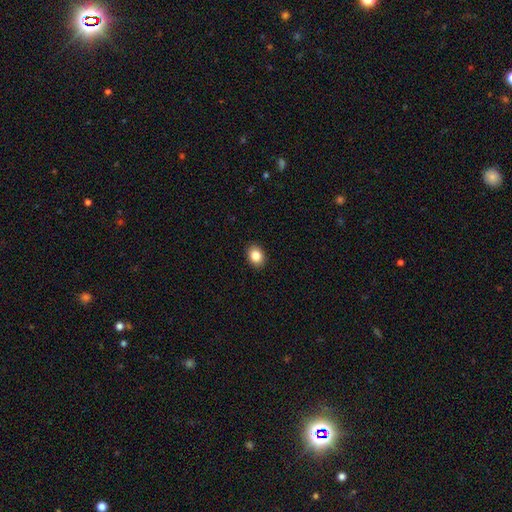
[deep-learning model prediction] Q: Smooth or featured?
A: smooth (86%); runner-up: star or artifact (9%)
Q: How rounded?
A: in between (66%); runner-up: round (33%)
Q: Merging?
A: none (90%); runner-up: minor disturbance (7%)